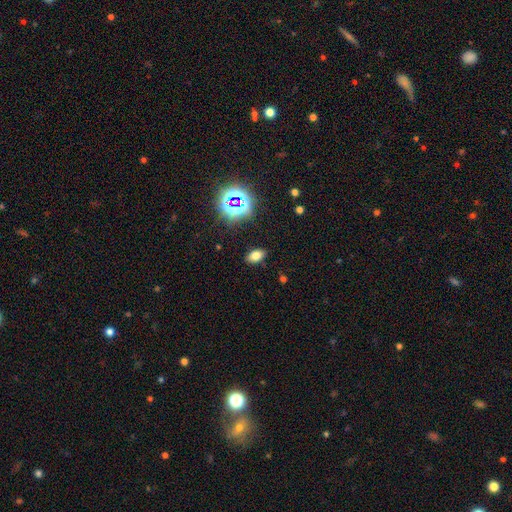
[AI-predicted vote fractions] Q: Smooth or featured?
A: smooth (70%); runner-up: star or artifact (21%)
Q: How rounded?
A: in between (87%); runner-up: round (11%)
Q: Merging?
A: none (87%); runner-up: minor disturbance (9%)